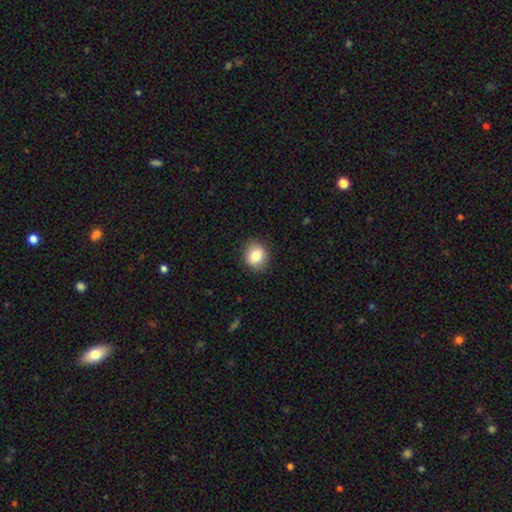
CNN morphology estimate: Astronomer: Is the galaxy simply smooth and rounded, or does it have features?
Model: smooth — 81%.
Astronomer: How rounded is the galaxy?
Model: round — 71%.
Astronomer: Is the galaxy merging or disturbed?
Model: none — 89%.